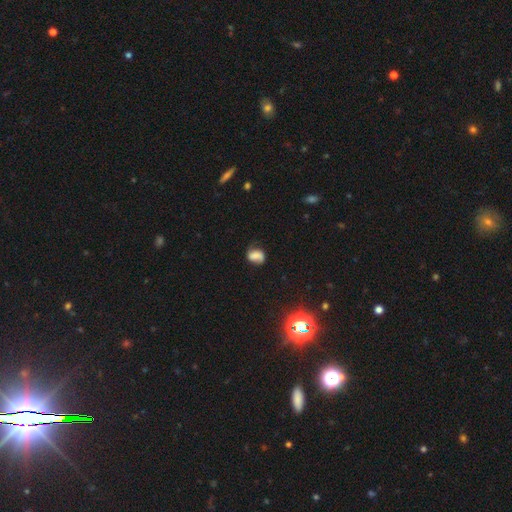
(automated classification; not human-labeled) Smooth or featured? Predicted: smooth (p=0.54). How rounded? Predicted: in between (p=0.61). Merging? Predicted: none (p=0.54).